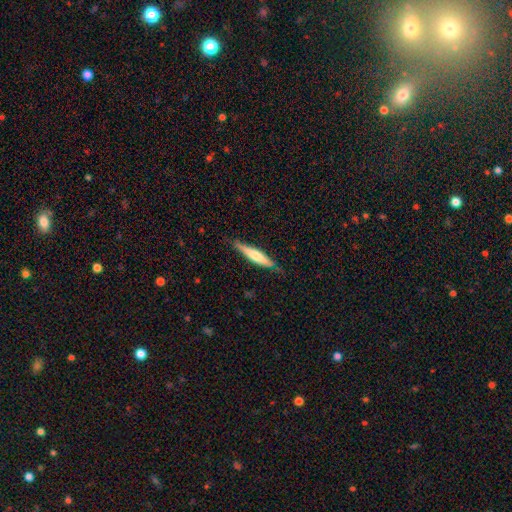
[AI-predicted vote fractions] Overall: smooth (53%; featured or disk 42%). How rounded: cigar-shaped (87%). Merging: none (78%).